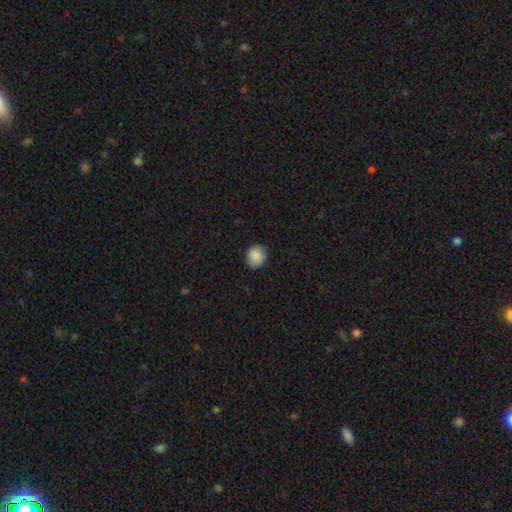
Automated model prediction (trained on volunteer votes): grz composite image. It shows a smooth galaxy with no disk features (88%) that is round (68%). Merging: none (87%).